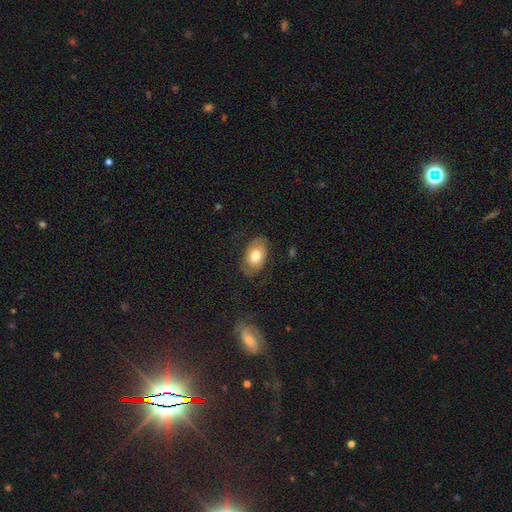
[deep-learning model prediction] smooth 50%, featured or disk 43%, star or artifact 7%. Down the decision tree: merging — none (70%).